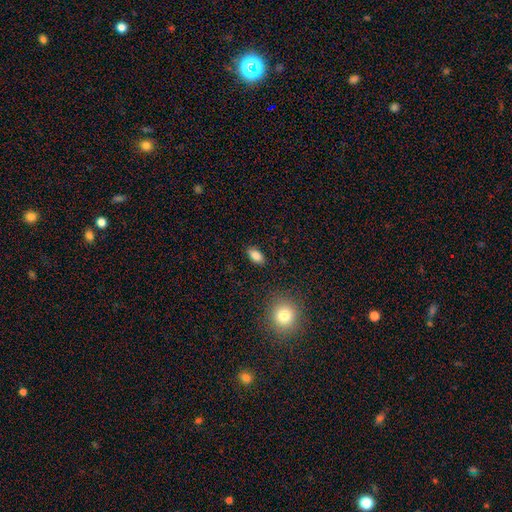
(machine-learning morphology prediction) This is clearly a smooth galaxy (84%). How rounded: clearly in between (91%). Merging: clearly none (87%).